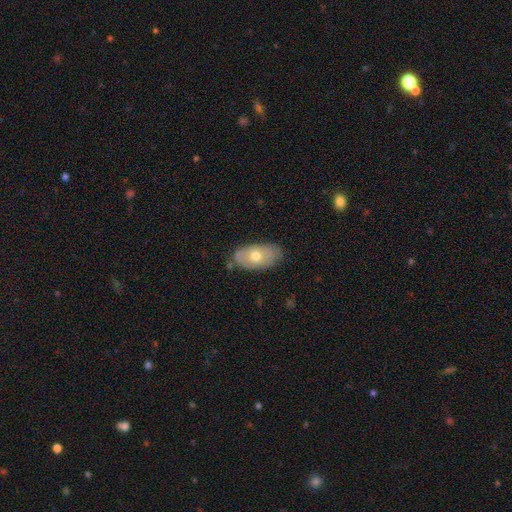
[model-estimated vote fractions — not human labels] This is possibly a smooth galaxy (58%). How rounded: clearly in between (92%). Merging: likely none (72%).